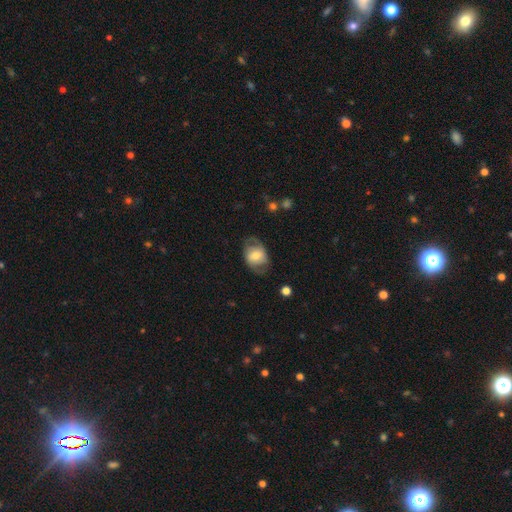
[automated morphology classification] The model was most divided on "smooth or featured": smooth: 50%, featured or disk: 43%, star or artifact: 7%. More confident: how rounded — in between (65%); merging — none (64%).